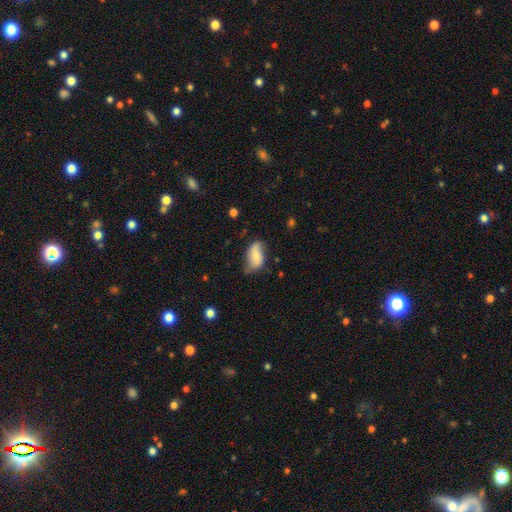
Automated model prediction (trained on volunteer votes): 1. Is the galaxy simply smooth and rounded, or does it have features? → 61% smooth, 31% featured or disk, 7% star or artifact.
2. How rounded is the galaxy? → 91% in between, 6% round, 3% cigar-shaped.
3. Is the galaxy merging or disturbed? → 54% none, 34% minor disturbance, 9% major disturbance, 2% merger.